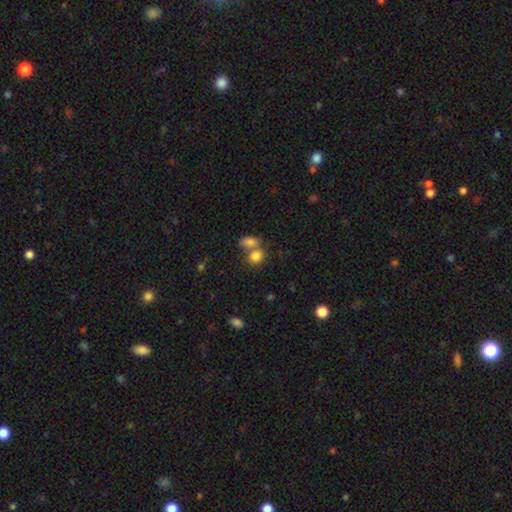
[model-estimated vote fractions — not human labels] This appears to be a smooth galaxy with no disk features (82%) that is in between round and cigar-shaped (50%). Merging: merger (47%).